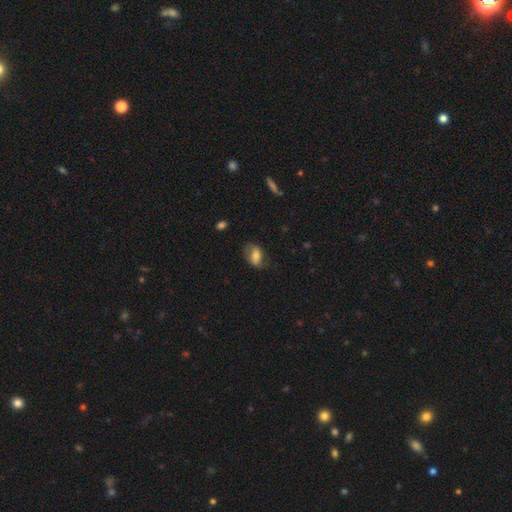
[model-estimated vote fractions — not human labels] smooth_or_featured: smooth (p=0.66) [alt: featured or disk p=0.26]
how_rounded: in between (p=0.84) [alt: round p=0.13]
merging: none (p=0.56) [alt: minor disturbance p=0.28]